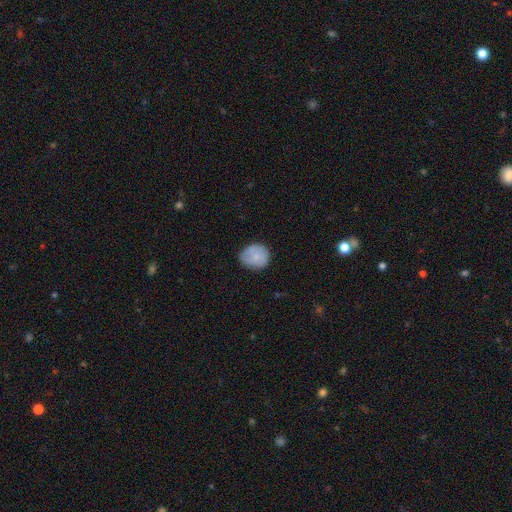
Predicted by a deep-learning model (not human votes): smooth 80%, featured or disk 13%, star or artifact 7%. Down the decision tree: how rounded — round (78%); merging — none (74%).